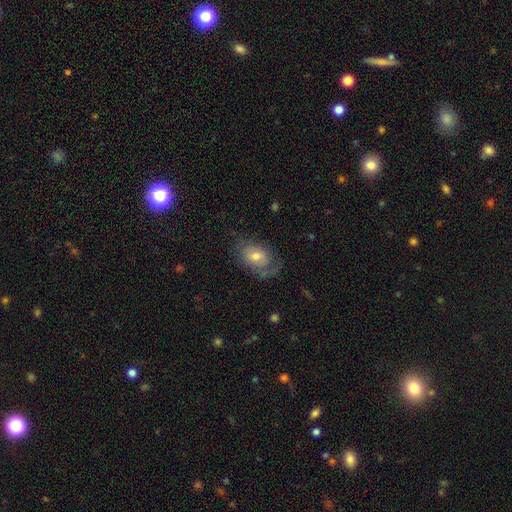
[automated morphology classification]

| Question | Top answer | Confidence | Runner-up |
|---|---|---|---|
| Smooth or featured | featured or disk | 56% | smooth (33%) |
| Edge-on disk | no | 94% | yes (6%) |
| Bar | no | 72% | weak (23%) |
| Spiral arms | yes | 75% | no (25%) |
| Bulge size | moderate | 55% | small (38%) |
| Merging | none | 57% | minor disturbance (22%) |